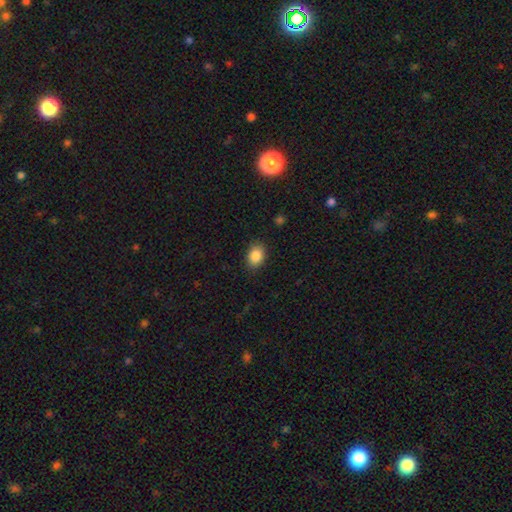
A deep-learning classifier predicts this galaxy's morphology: Smooth or featured? Predicted: smooth (p=0.87). How rounded? Predicted: in between (p=0.71). Merging? Predicted: none (p=0.86).